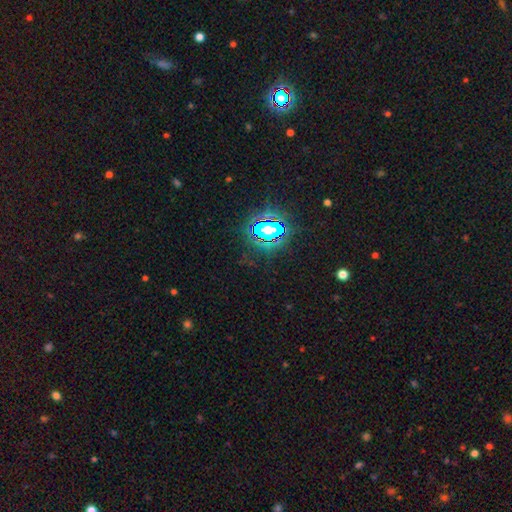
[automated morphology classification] A star or artifact, not a galaxy (81%).

Vote fractions:
- Smooth or featured? star or artifact: 81% / smooth: 12% / featured or disk: 7%